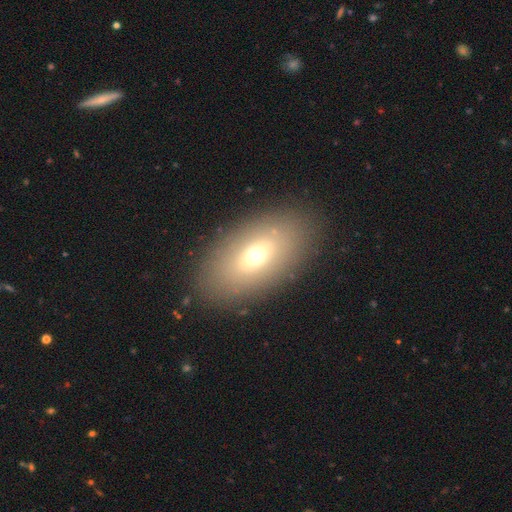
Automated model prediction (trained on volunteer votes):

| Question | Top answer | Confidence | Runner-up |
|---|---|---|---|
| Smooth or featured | smooth | 61% | featured or disk (28%) |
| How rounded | in between | 89% | round (8%) |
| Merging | none | 85% | minor disturbance (9%) |